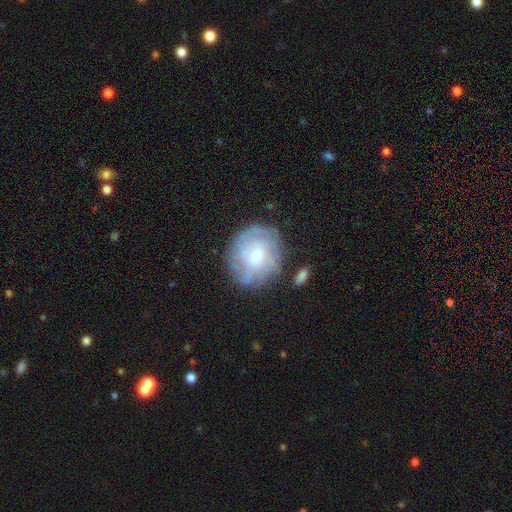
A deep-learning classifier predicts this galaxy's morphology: This is possibly a featured or disk galaxy (55%). It is clearly not viewed edge-on (96%). Bar: possibly no (56%). Spiral arm pattern: likely yes (70%). Central bulge: possibly moderate (53%). Merging: likely none (69%).